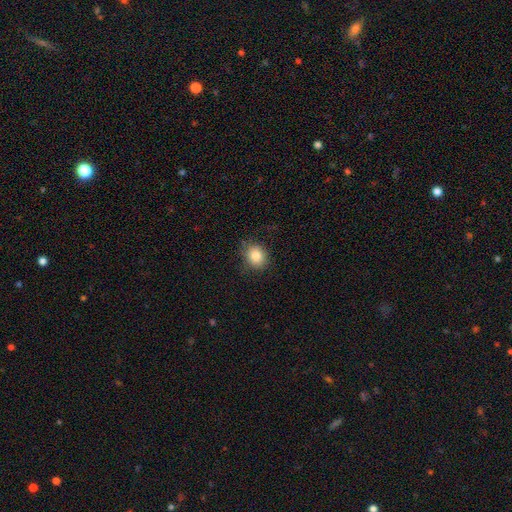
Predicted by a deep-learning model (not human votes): Q: Smooth or featured?
A: smooth (84%); runner-up: star or artifact (9%)
Q: How rounded?
A: round (66%); runner-up: in between (33%)
Q: Merging?
A: none (82%); runner-up: minor disturbance (14%)